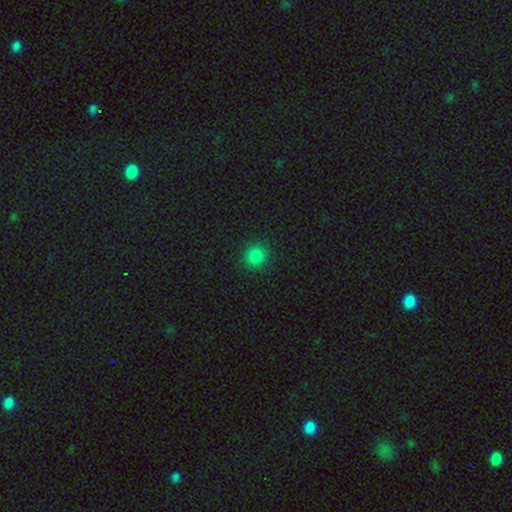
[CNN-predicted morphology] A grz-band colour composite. It shows a smooth galaxy with no disk features (84%) that is round (89%). Merging: none (90%).